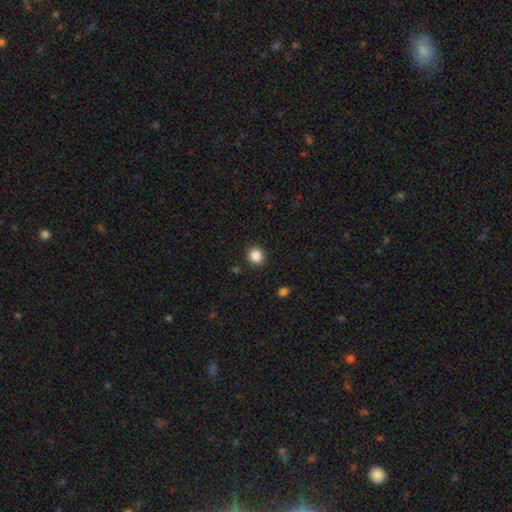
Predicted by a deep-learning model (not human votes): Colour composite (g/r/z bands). It shows a smooth galaxy with no disk features (86%) that is round (85%). Merging: none (89%).